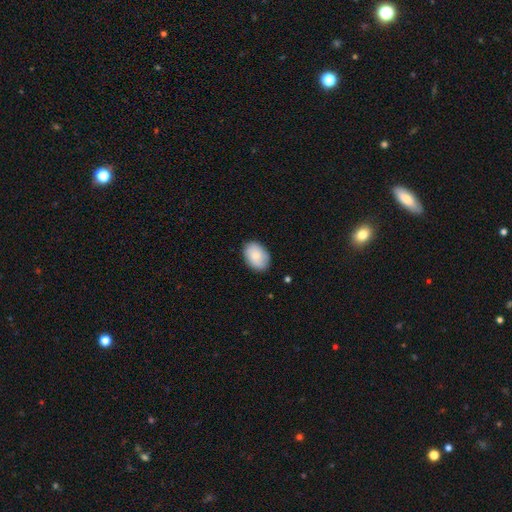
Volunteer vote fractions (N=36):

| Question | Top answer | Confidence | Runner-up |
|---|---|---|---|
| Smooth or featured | smooth | 94% | featured or disk (3%) |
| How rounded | in between | 79% | round (21%) |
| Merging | none | 94% | minor disturbance (3%) |